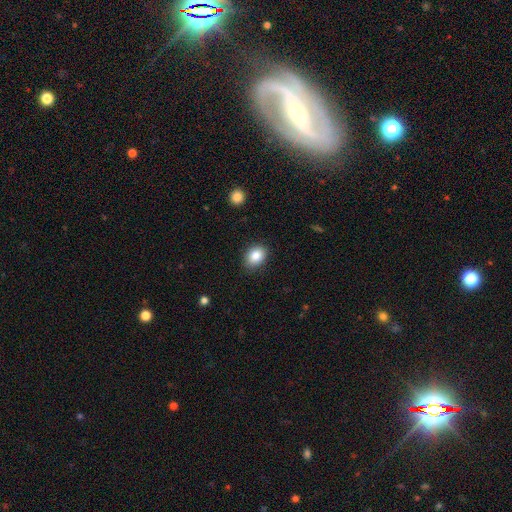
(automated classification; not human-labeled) This is clearly a smooth galaxy (86%). How rounded: likely in between (69%). Merging: clearly none (85%).